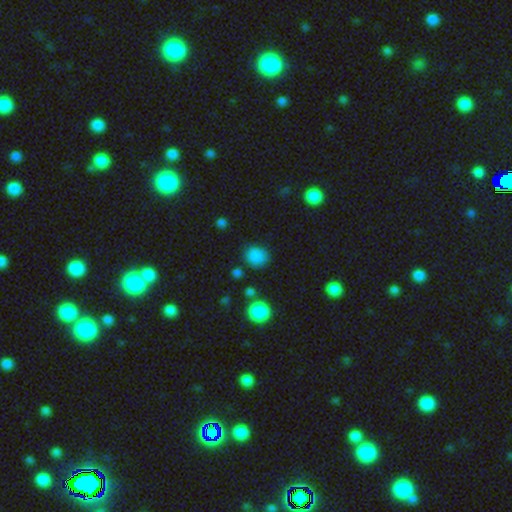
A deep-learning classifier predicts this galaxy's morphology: A smooth galaxy with no disk features (83%) that is round (72%). Merging: none (77%).